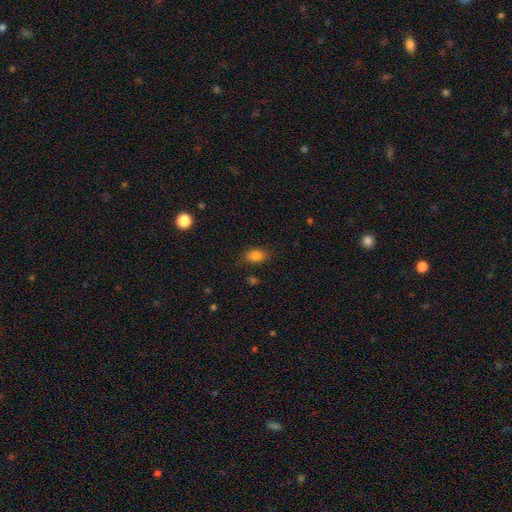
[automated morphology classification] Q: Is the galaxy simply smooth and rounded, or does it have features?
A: smooth — 83%.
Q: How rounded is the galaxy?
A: in between — 84%.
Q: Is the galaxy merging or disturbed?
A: none — 78%.